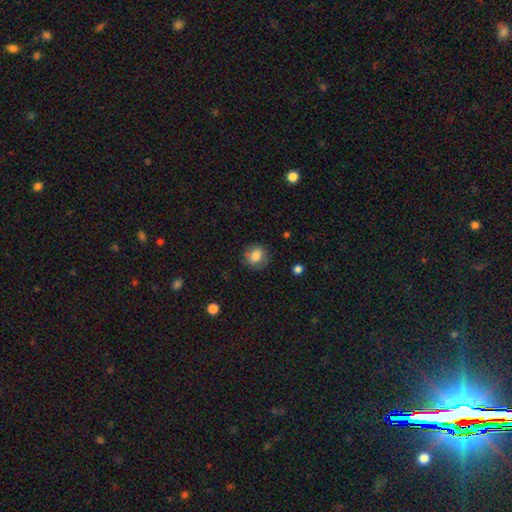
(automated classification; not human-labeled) A smooth galaxy with no disk features (75%) that is round (67%).

Vote fractions:
- Smooth or featured? smooth: 75% / featured or disk: 16% / star or artifact: 9%
- How rounded? round: 67% / in between: 32% / cigar-shaped: 1%
- Merging? none: 73% / minor disturbance: 18% / major disturbance: 7% / merger: 1%